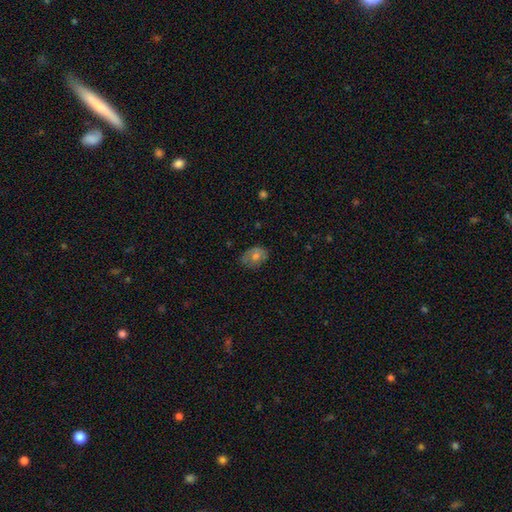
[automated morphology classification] Q: Smooth or featured?
A: smooth (59%); runner-up: featured or disk (30%)
Q: How rounded?
A: in between (66%); runner-up: round (33%)
Q: Merging?
A: none (74%); runner-up: minor disturbance (20%)